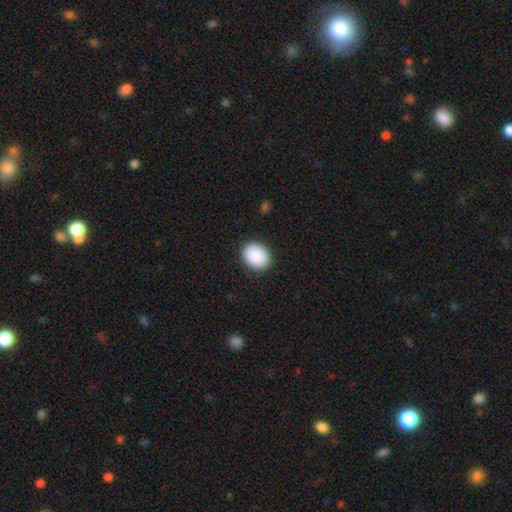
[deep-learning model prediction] smooth-or-featured: smooth: 90% | star or artifact: 7% | featured or disk: 3%
  how-rounded: round: 52% | in between: 48% | cigar-shaped: 1%
  merging: none: 90% | minor disturbance: 7% | major disturbance: 2% | merger: 1%